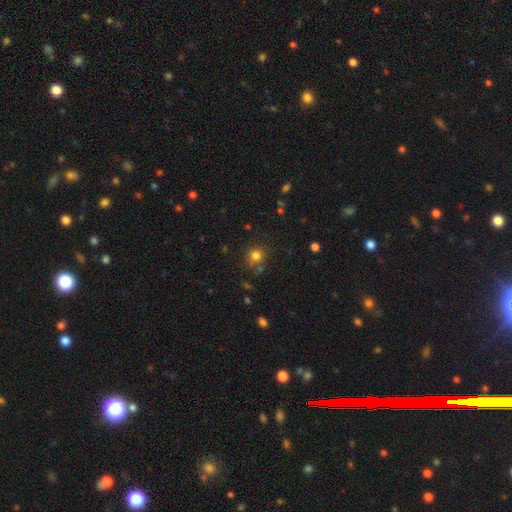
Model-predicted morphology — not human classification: The model was most divided on "merging": none: 73%, minor disturbance: 13%, merger: 10%, major disturbance: 5%. More confident: how rounded — round (86%); smooth or featured — smooth (77%).